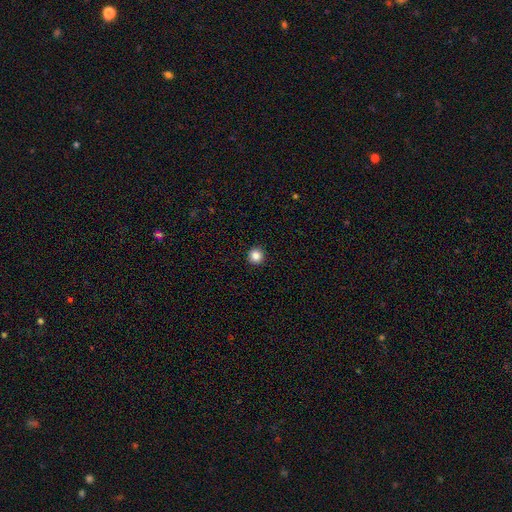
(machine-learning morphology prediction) Smooth or featured? Predicted: smooth (p=0.85). How rounded? Predicted: round (p=0.96). Merging? Predicted: none (p=0.94).